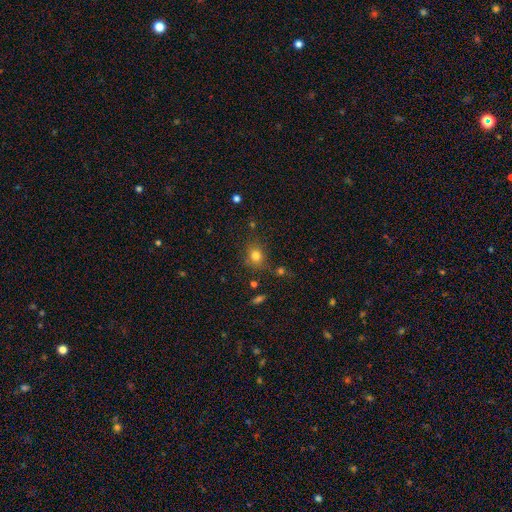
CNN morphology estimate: Smooth or featured? smooth (79%)
How rounded? round (73%)
Merging? none (76%)